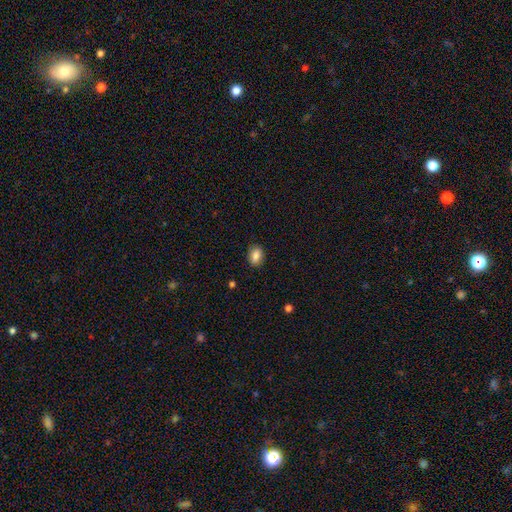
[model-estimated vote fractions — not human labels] A smooth galaxy with no disk features (84%) that is in between round and cigar-shaped (72%).

Vote fractions:
- Smooth or featured? smooth: 84% / star or artifact: 8% / featured or disk: 7%
- How rounded? in between: 72% / round: 26% / cigar-shaped: 1%
- Merging? none: 87% / minor disturbance: 10% / major disturbance: 2% / merger: 1%